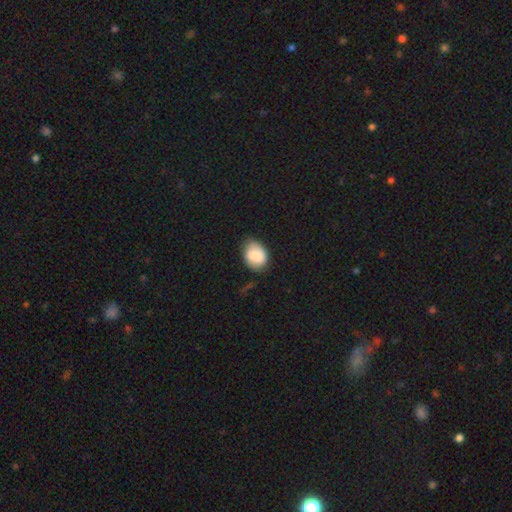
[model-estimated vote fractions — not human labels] A smooth galaxy with no disk features (81%) that is in between round and cigar-shaped (71%). Merging: none (66%).